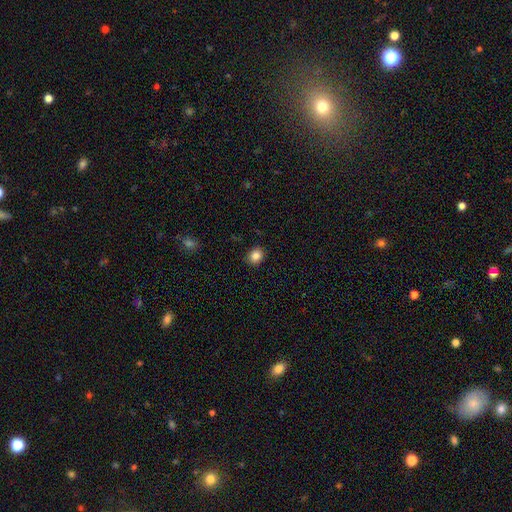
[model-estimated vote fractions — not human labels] smooth 85%, star or artifact 10%, featured or disk 5%. Down the decision tree: how rounded — round (61%); merging — none (89%).